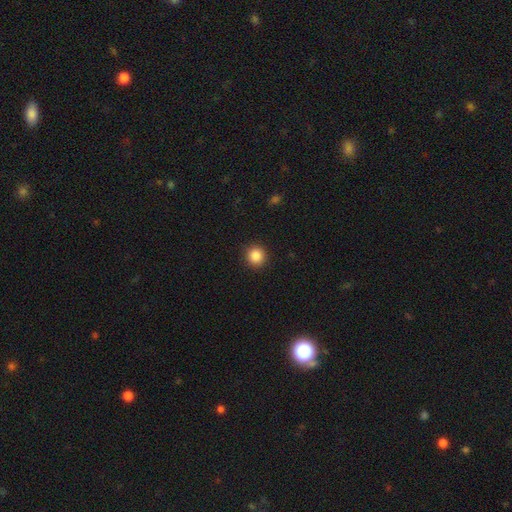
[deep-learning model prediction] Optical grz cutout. It shows a smooth galaxy with no disk features (86%) that is round (94%). Merging: none (92%).